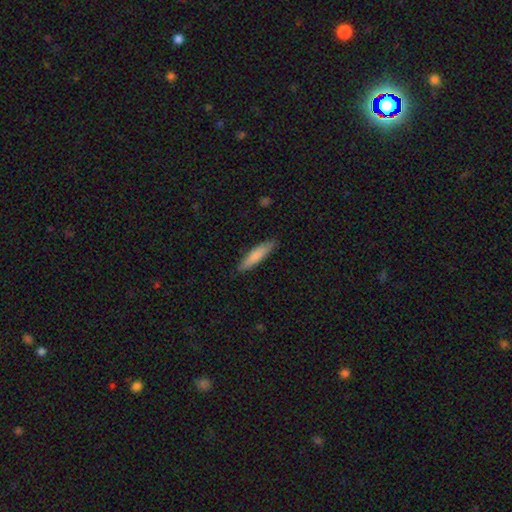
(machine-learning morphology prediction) smooth-or-featured: smooth: 82% | featured or disk: 13% | star or artifact: 5%
  how-rounded: cigar-shaped: 79% | in between: 20% | round: 1%
  merging: none: 88% | minor disturbance: 9% | major disturbance: 2% | merger: 1%